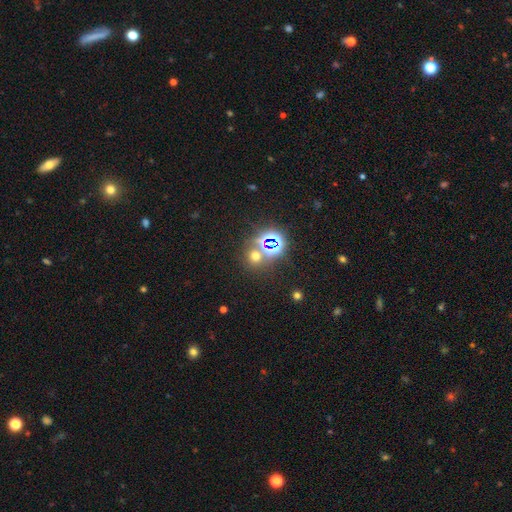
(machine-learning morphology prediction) This appears to be a star or artifact, not a galaxy (49%).